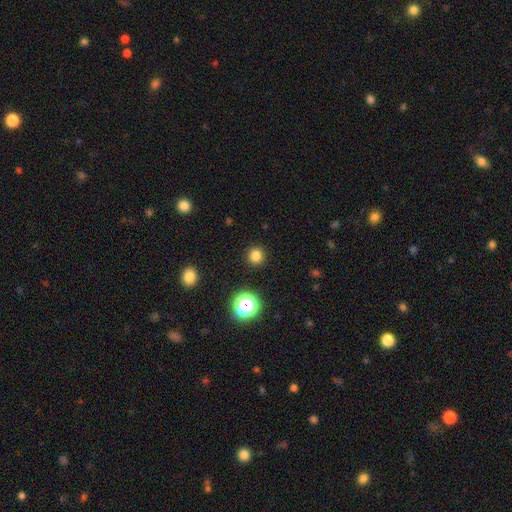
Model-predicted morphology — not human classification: type=smooth (80%); roundness=round (94%); merging=none (92%).